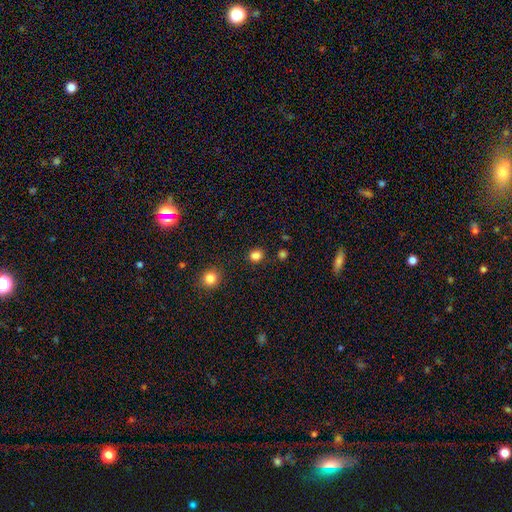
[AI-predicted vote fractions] Q: Smooth or featured?
A: smooth (83%); runner-up: star or artifact (14%)
Q: How rounded?
A: round (70%); runner-up: in between (29%)
Q: Merging?
A: none (85%); runner-up: minor disturbance (9%)